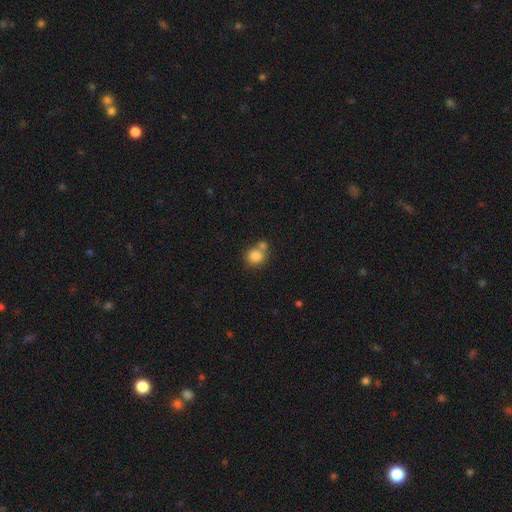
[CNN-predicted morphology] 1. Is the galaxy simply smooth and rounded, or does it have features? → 83% smooth, 9% star or artifact, 7% featured or disk.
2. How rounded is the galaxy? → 82% round, 17% in between, 1% cigar-shaped.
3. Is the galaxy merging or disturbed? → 48% none, 37% merger, 10% minor disturbance, 4% major disturbance.